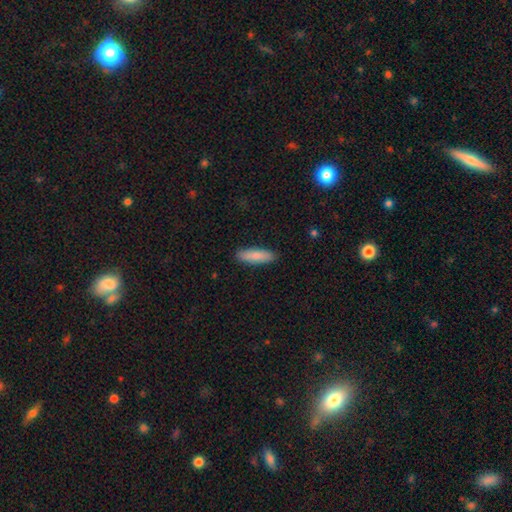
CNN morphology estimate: smooth-or-featured: smooth: 86% | featured or disk: 9% | star or artifact: 5%
  how-rounded: cigar-shaped: 57% | in between: 42% | round: 2%
  merging: none: 89% | minor disturbance: 8% | major disturbance: 2% | merger: 1%